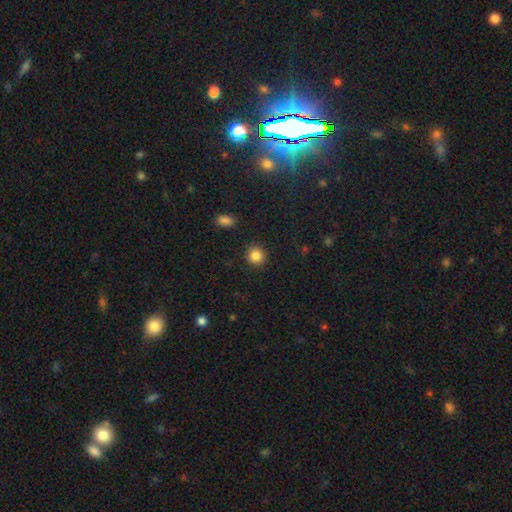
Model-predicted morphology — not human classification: Smooth or featured?
  - smooth: 86% *
  - star or artifact: 10%
  - featured or disk: 4%
How rounded?
  - round: 91% *
  - in between: 8%
  - cigar-shaped: 1%
Merging?
  - none: 91% *
  - minor disturbance: 6%
  - major disturbance: 2%
  - merger: 1%